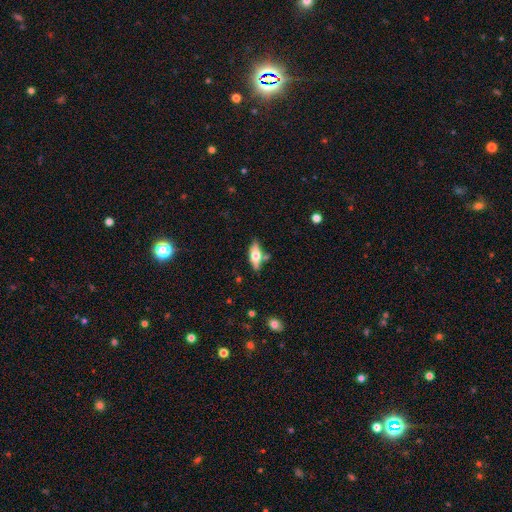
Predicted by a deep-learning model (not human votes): smooth_or_featured: smooth (p=0.48) [alt: featured or disk p=0.46]
merging: none (p=0.71) [alt: minor disturbance p=0.16]